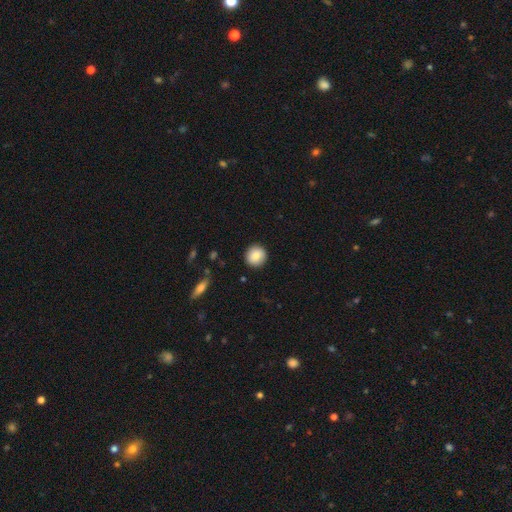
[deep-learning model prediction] Morphology: type=smooth (85%); roundness=round (94%); merging=none (91%).